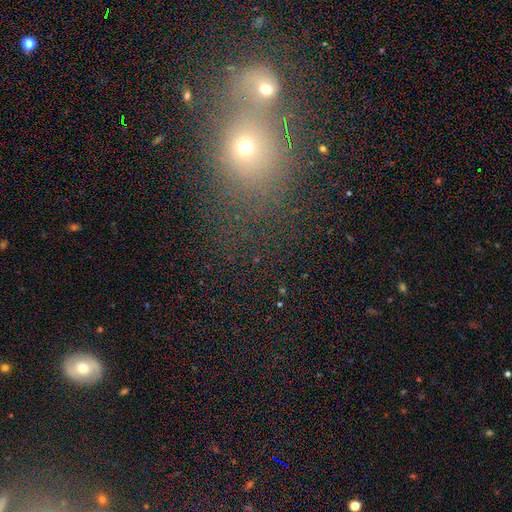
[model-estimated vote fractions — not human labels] smooth-or-featured: star or artifact: 46% | smooth: 42% | featured or disk: 13%